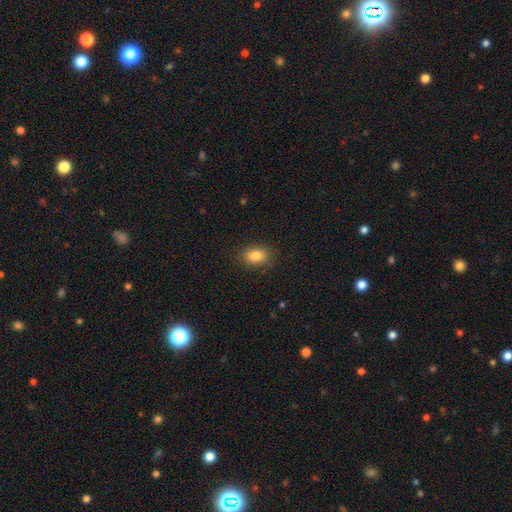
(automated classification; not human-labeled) smooth_or_featured: smooth (p=0.84) [alt: star or artifact p=0.09]
how_rounded: in between (p=0.80) [alt: round p=0.18]
merging: none (p=0.85) [alt: minor disturbance p=0.11]